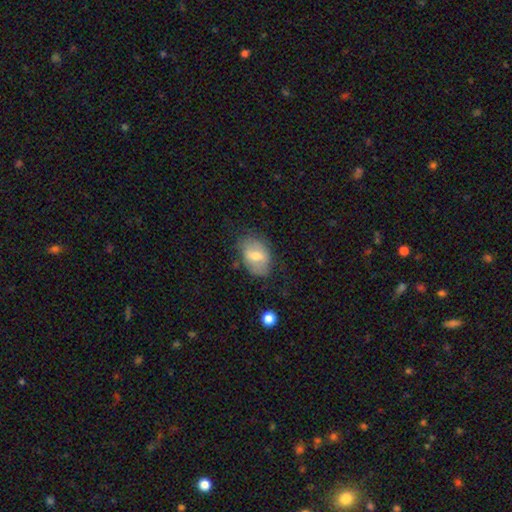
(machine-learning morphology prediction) This appears to be a smooth galaxy with no disk features (55%) that is in between round and cigar-shaped (82%). Merging: none (66%).